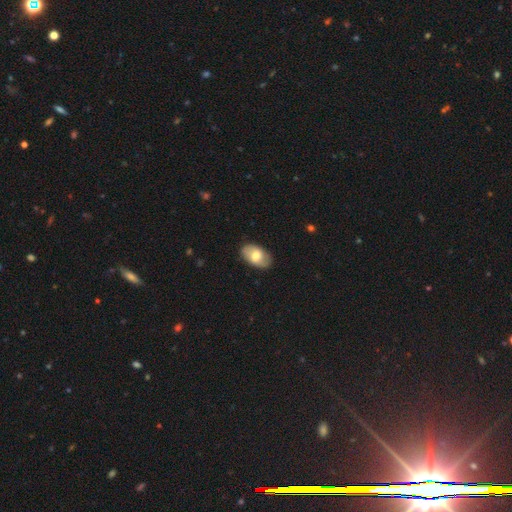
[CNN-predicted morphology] Smooth or featured: smooth — 63% (featured or disk — 31%)
How rounded: in between — 92% (round — 7%)
Merging: none — 84% (minor disturbance — 12%)